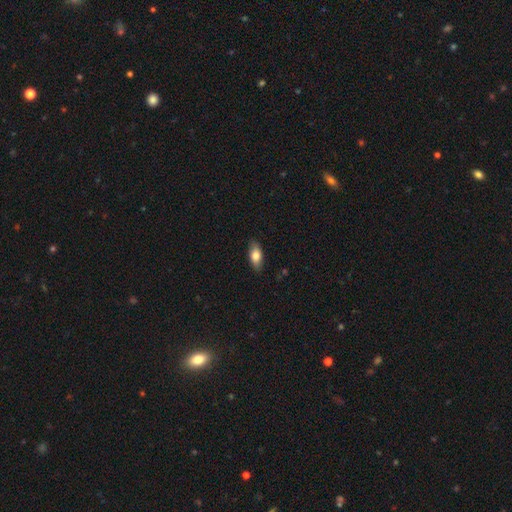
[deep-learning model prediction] Morphology: type=smooth (78%); roundness=in between (86%); merging=none (85%).